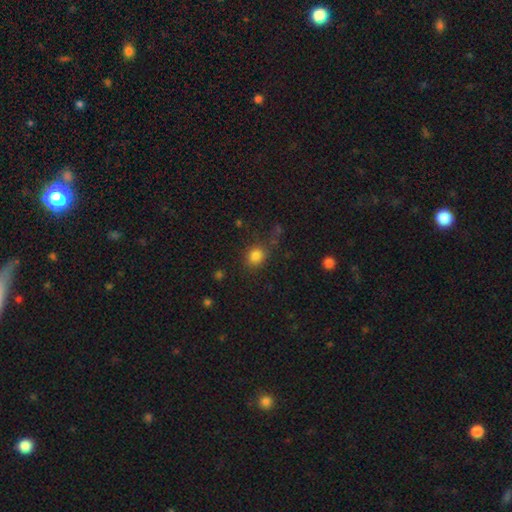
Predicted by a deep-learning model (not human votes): Morphology: type=smooth (82%); roundness=round (68%); merging=none (74%).